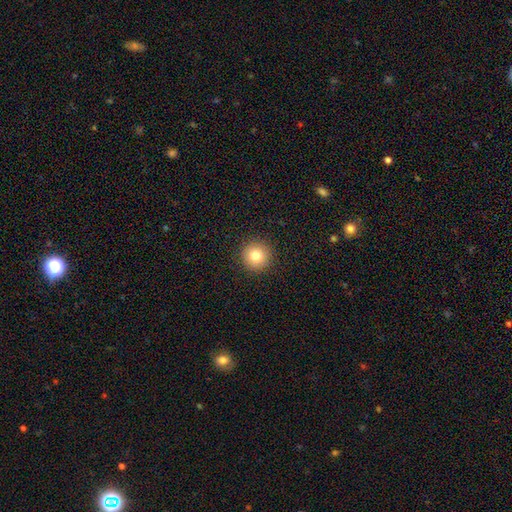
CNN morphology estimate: smooth 82%, star or artifact 11%, featured or disk 7%. Down the decision tree: how rounded — round (95%); merging — none (92%).